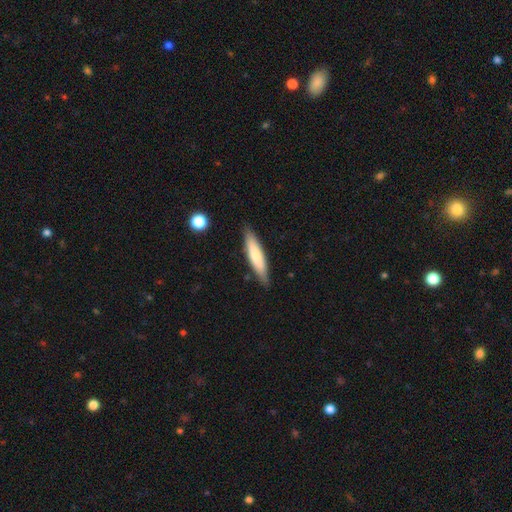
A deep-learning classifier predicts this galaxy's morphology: This is likely a smooth galaxy (70%). How rounded: clearly cigar-shaped (81%). Merging: clearly none (85%).